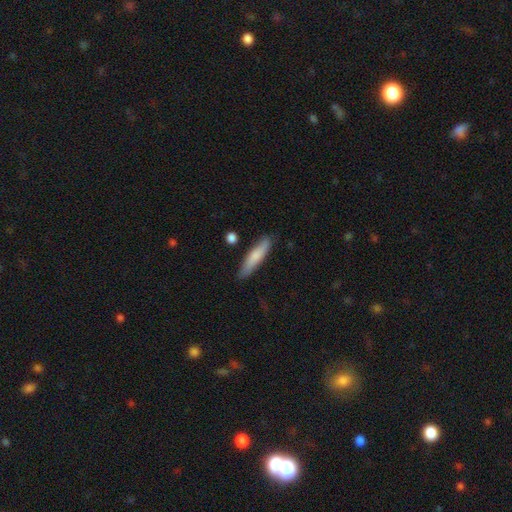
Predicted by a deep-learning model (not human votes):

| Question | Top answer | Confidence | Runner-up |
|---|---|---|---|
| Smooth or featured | smooth | 75% | featured or disk (20%) |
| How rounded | cigar-shaped | 84% | in between (14%) |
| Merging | none | 83% | minor disturbance (13%) |